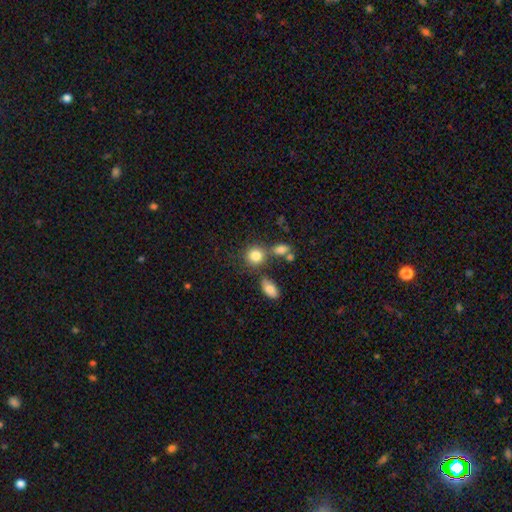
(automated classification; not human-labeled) smooth-or-featured: smooth: 83% | star or artifact: 9% | featured or disk: 8%
  how-rounded: round: 79% | in between: 20% | cigar-shaped: 1%
  merging: none: 60% | merger: 23% | minor disturbance: 12% | major disturbance: 5%